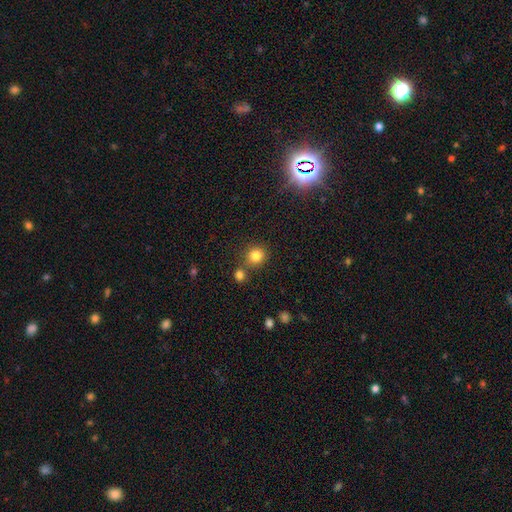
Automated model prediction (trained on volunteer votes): smooth 82%, star or artifact 12%, featured or disk 5%. Down the decision tree: how rounded — round (89%); merging — none (72%).